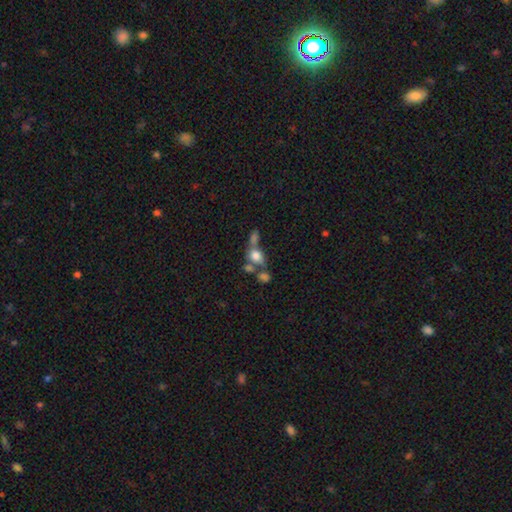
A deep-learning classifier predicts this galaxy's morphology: Smooth or featured: smooth — 71% (featured or disk — 17%)
How rounded: in between — 52% (round — 45%)
Merging: merger — 48% (none — 32%)